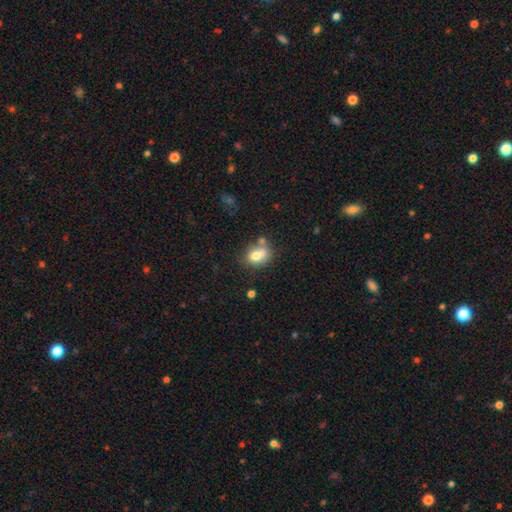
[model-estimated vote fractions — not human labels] Q: Smooth or featured?
A: smooth (71%); runner-up: featured or disk (19%)
Q: How rounded?
A: in between (53%); runner-up: round (45%)
Q: Merging?
A: none (42%); runner-up: merger (36%)